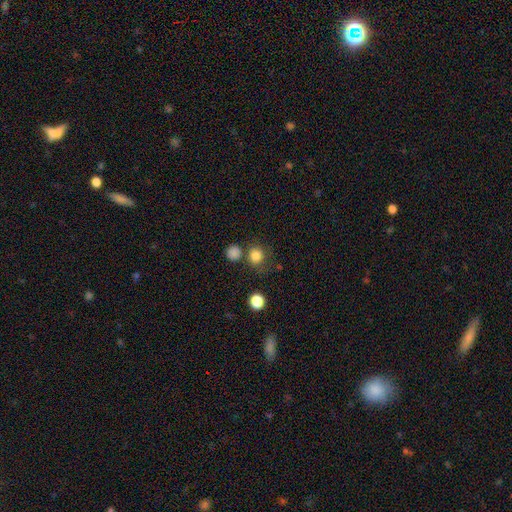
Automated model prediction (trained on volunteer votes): Smooth or featured? Predicted: smooth (p=0.82). How rounded? Predicted: round (p=0.90). Merging? Predicted: none (p=0.71).